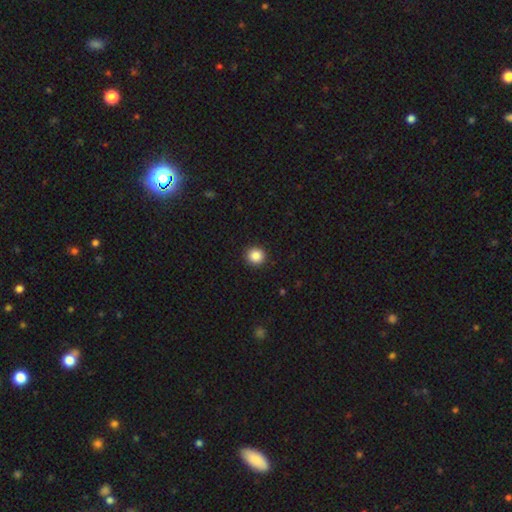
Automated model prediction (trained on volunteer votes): Morphology: type=smooth (87%); roundness=round (93%); merging=none (93%).